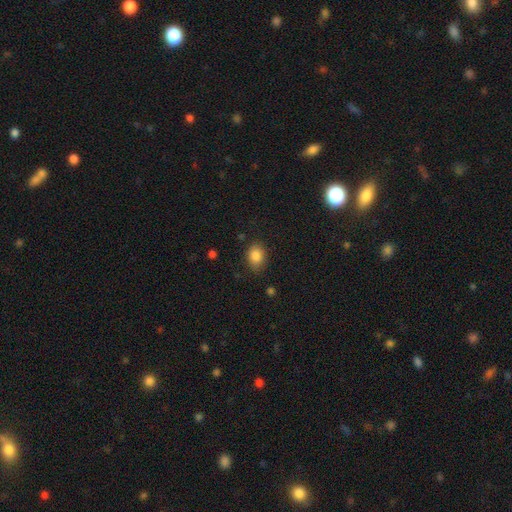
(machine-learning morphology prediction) Smooth or featured: smooth — 85% (star or artifact — 9%)
How rounded: in between — 64% (round — 35%)
Merging: none — 78% (minor disturbance — 17%)